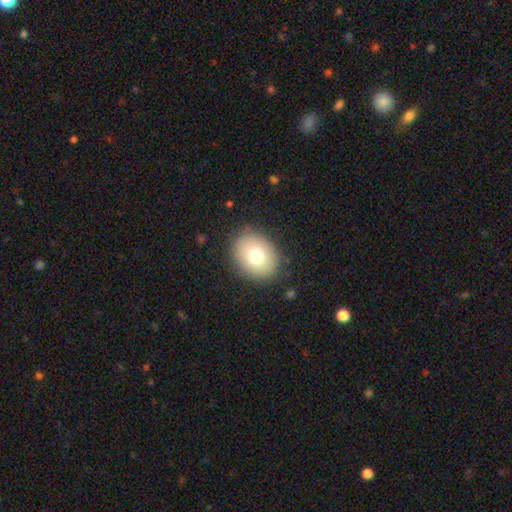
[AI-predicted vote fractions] Smooth or featured? smooth (74%)
How rounded? in between (50%, tied with round)
Merging? none (87%)